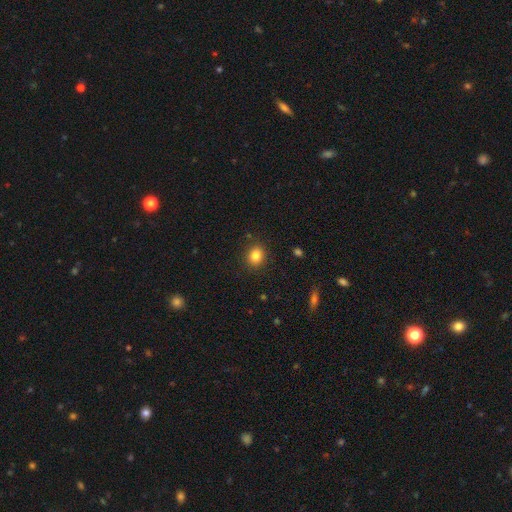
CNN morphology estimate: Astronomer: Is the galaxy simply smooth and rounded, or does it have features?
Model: smooth — 84%.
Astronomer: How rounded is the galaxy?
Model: round — 65%.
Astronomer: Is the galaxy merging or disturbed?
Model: none — 89%.